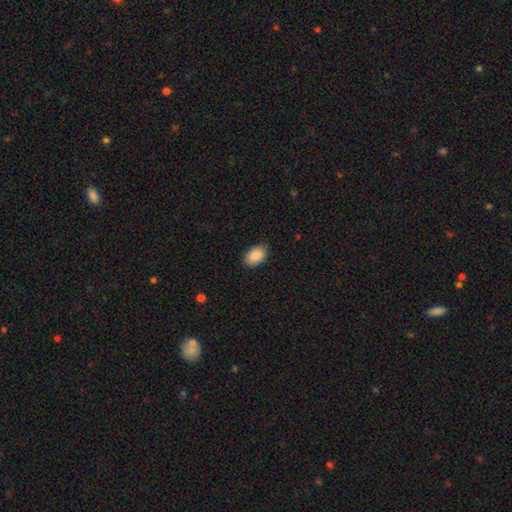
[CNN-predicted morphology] smooth 88%, star or artifact 7%, featured or disk 5%. Down the decision tree: how rounded — in between (89%); merging — none (84%).